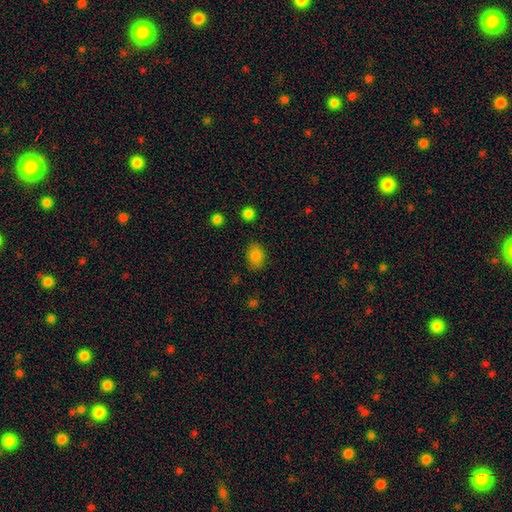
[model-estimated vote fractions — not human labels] smooth-or-featured: smooth: 84% | star or artifact: 10% | featured or disk: 6%
  how-rounded: in between: 70% | round: 29% | cigar-shaped: 1%
  merging: none: 82% | minor disturbance: 13% | major disturbance: 3% | merger: 2%